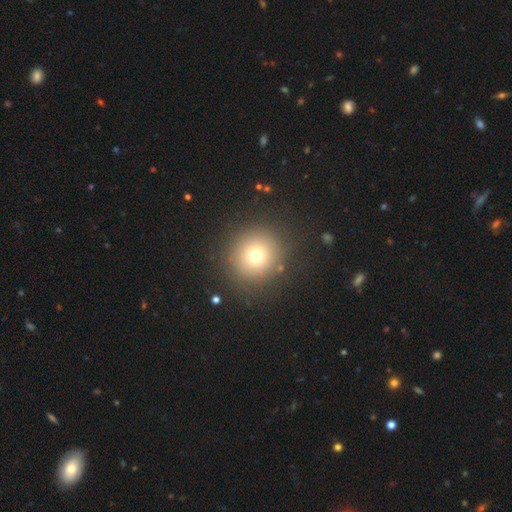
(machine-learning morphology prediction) Q: Smooth or featured?
A: smooth (71%); runner-up: star or artifact (17%)
Q: How rounded?
A: round (92%); runner-up: in between (8%)
Q: Merging?
A: none (86%); runner-up: minor disturbance (8%)